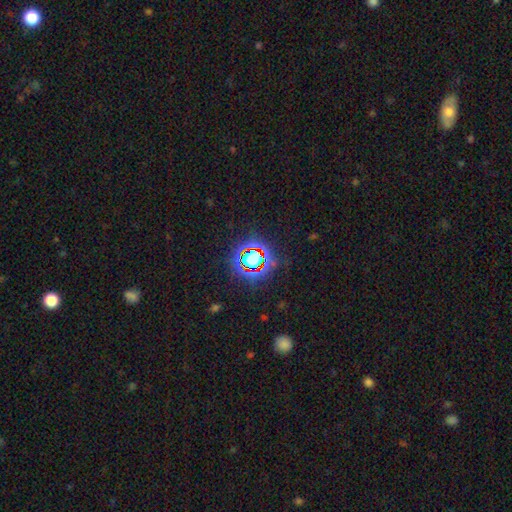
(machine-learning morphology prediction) type=star or artifact (70%).